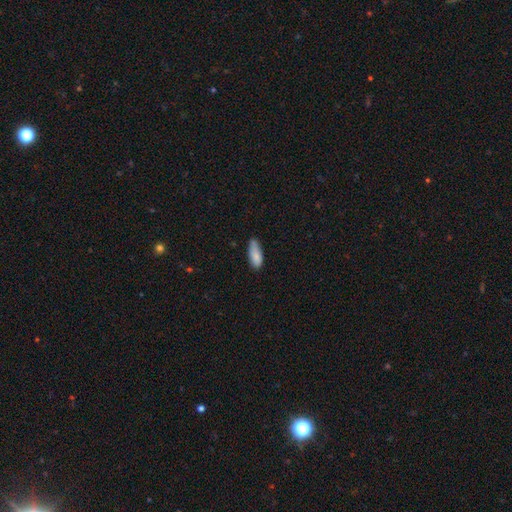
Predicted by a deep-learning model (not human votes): A smooth galaxy with no disk features (84%) that is in between round and cigar-shaped (75%).

Vote fractions:
- Smooth or featured? smooth: 84% / featured or disk: 9% / star or artifact: 7%
- How rounded? in between: 75% / cigar-shaped: 23% / round: 2%
- Merging? none: 61% / minor disturbance: 31% / major disturbance: 5% / merger: 2%